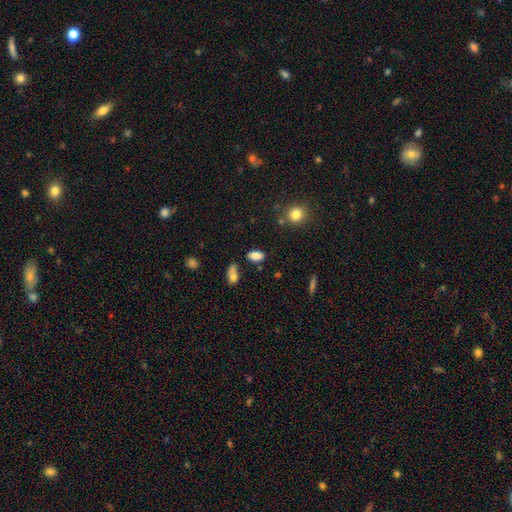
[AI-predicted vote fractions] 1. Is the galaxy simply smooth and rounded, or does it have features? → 83% smooth, 10% star or artifact, 7% featured or disk.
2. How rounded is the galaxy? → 91% in between, 5% round, 4% cigar-shaped.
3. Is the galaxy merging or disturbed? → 72% none, 15% minor disturbance, 9% merger, 4% major disturbance.